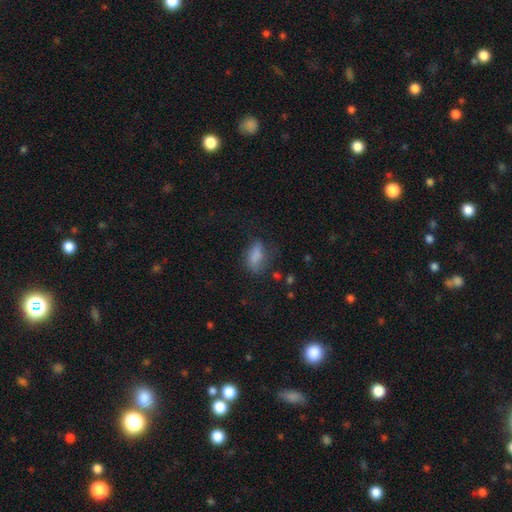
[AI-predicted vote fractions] Overall: smooth (75%). How rounded: in between (87%). Merging: none (45%; minor disturbance 29%).